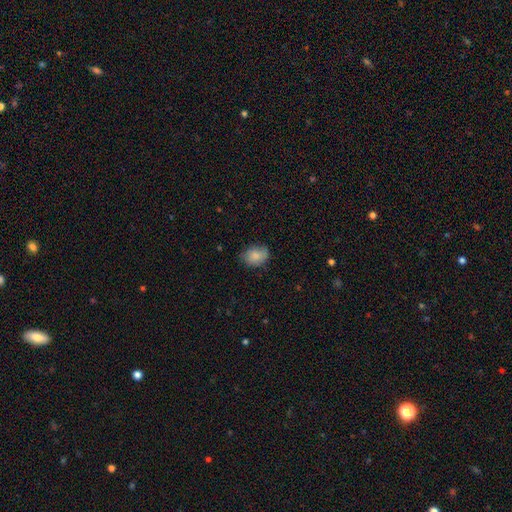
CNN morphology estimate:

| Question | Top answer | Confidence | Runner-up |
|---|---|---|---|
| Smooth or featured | smooth | 85% | featured or disk (8%) |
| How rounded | in between | 66% | round (33%) |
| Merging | none | 73% | minor disturbance (21%) |